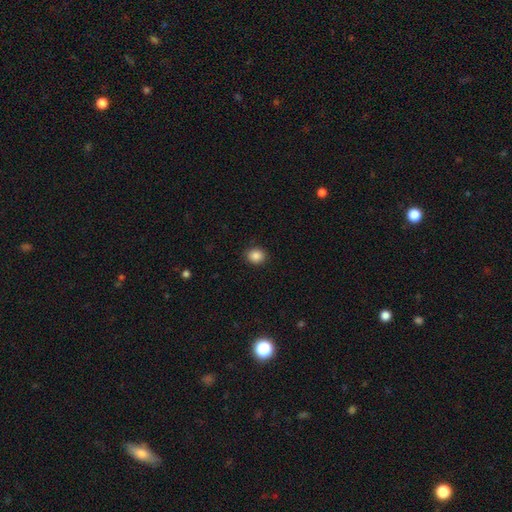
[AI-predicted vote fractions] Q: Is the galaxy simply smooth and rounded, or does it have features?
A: smooth — 87%.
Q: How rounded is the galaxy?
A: round — 69%.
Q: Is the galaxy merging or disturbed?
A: none — 90%.